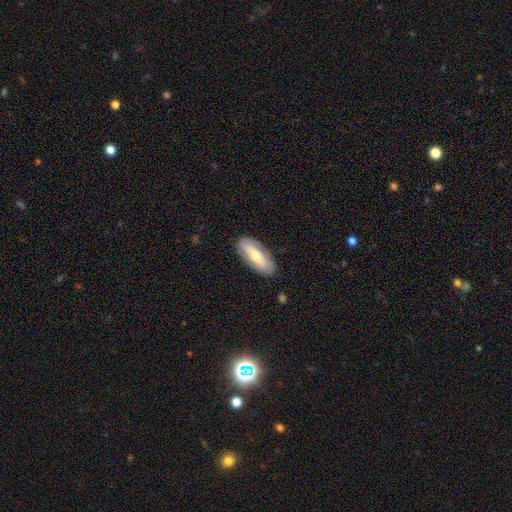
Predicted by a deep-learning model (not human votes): This is possibly a smooth galaxy (52%). How rounded: likely in between (78%). Merging: clearly none (85%).